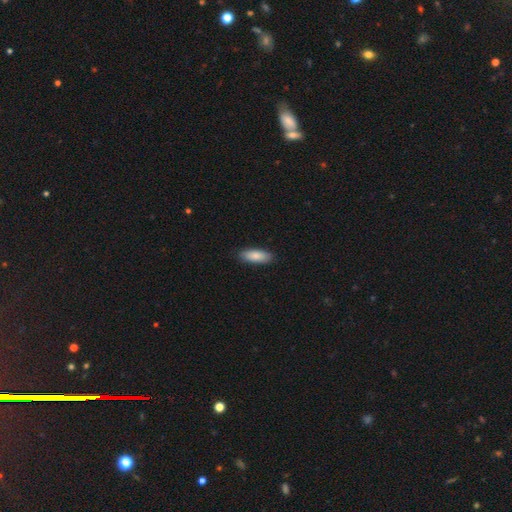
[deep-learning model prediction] This is clearly a smooth galaxy (87%). How rounded: likely in between (70%). Merging: clearly none (88%).